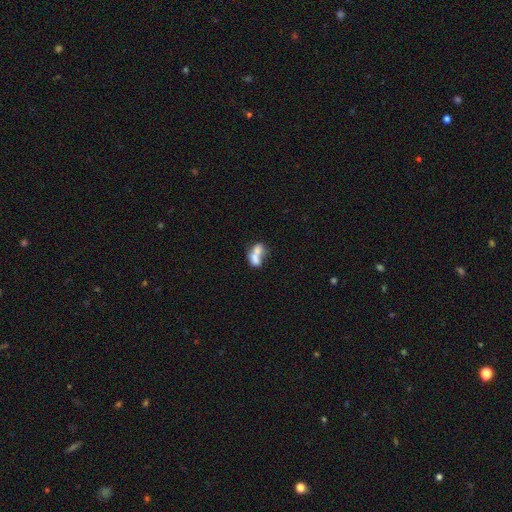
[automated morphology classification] The model was most divided on "smooth or featured": smooth: 65%, featured or disk: 26%, star or artifact: 9%. More confident: how rounded — in between (75%); merging — merger (70%).